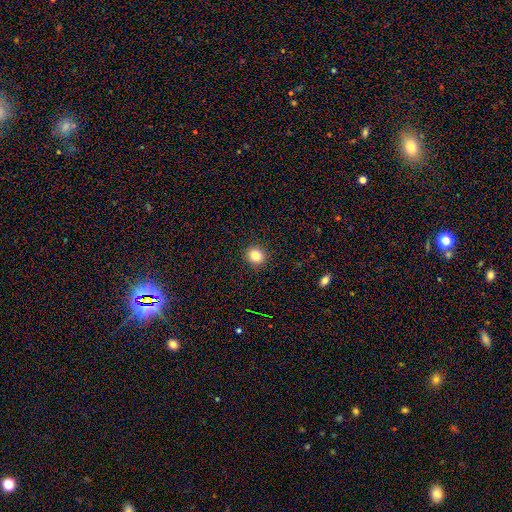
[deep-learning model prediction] A smooth galaxy with no disk features (81%) that is round (89%). Merging: none (92%).